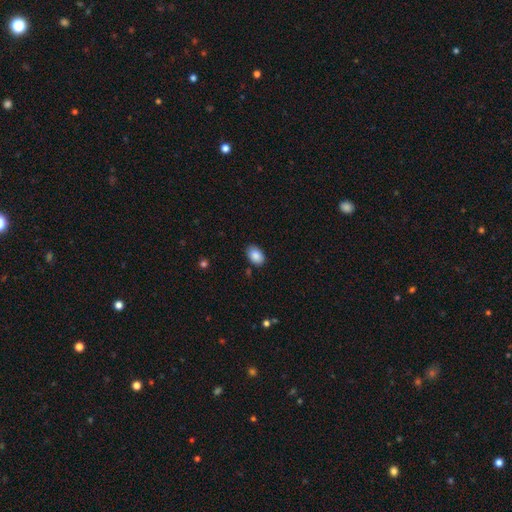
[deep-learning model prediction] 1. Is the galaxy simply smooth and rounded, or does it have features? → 88% smooth, 7% star or artifact, 4% featured or disk.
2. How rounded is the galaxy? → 88% in between, 11% round, 1% cigar-shaped.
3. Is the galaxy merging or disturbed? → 83% none, 13% minor disturbance, 3% major disturbance, 2% merger.